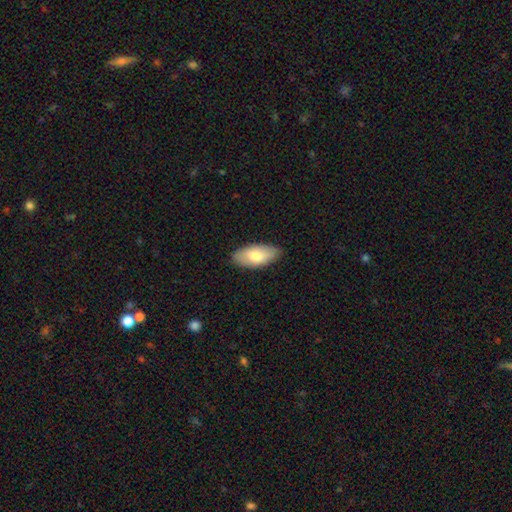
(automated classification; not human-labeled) Smooth or featured? Predicted: smooth (p=0.75). How rounded? Predicted: in between (p=0.92). Merging? Predicted: none (p=0.84).